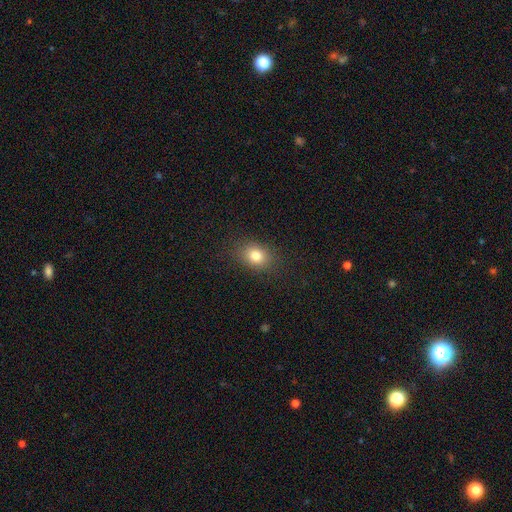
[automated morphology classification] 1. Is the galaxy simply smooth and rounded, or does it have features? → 80% smooth, 12% star or artifact, 8% featured or disk.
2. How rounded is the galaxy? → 57% in between, 42% round, 1% cigar-shaped.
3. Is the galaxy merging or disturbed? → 86% none, 9% minor disturbance, 3% major disturbance, 1% merger.